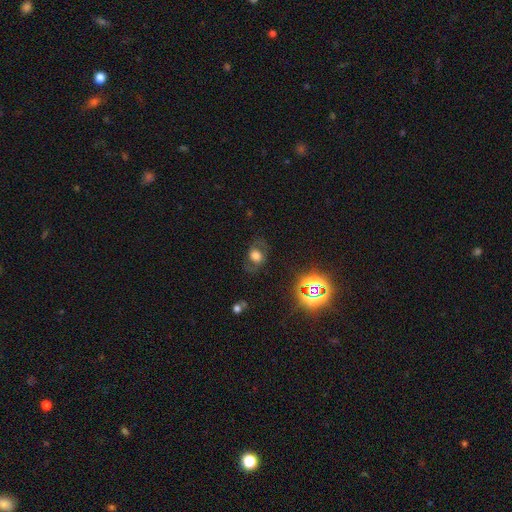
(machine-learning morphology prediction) smooth-or-featured: smooth: 48% | featured or disk: 33% | star or artifact: 18%
  merging: none: 68% | minor disturbance: 17% | major disturbance: 13% | merger: 2%